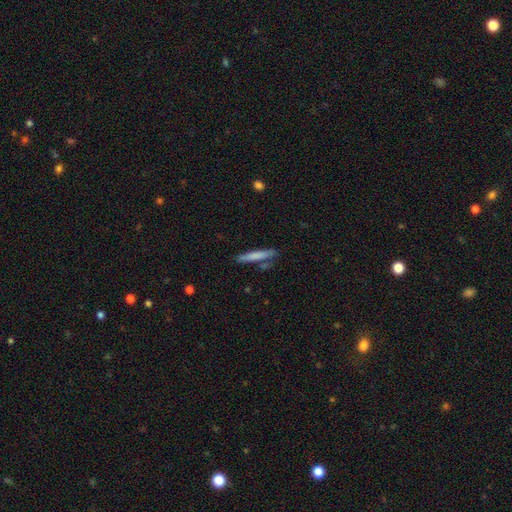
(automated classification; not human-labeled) Overall: smooth (72%). How rounded: cigar-shaped (93%). Merging: none (78%).